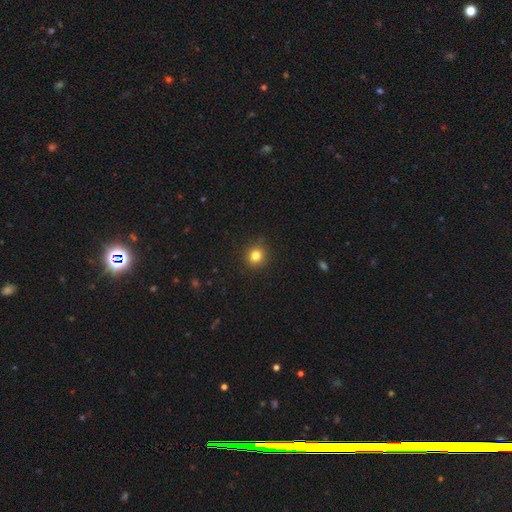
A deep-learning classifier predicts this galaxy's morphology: Smooth or featured? smooth (82%)
How rounded? round (92%)
Merging? none (91%)